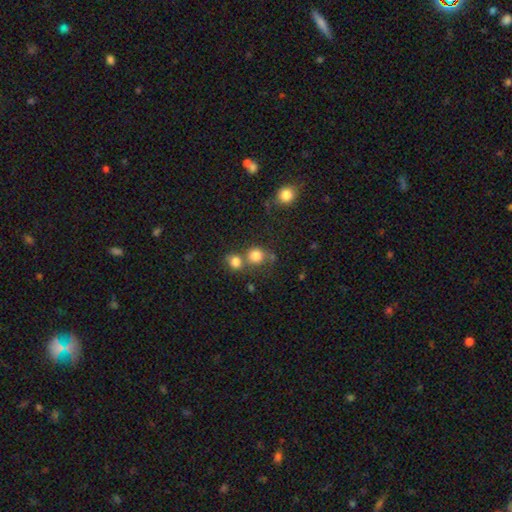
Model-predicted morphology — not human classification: Smooth or featured: smooth — 81% (star or artifact — 12%)
How rounded: round — 85% (in between — 14%)
Merging: none — 53% (merger — 34%)